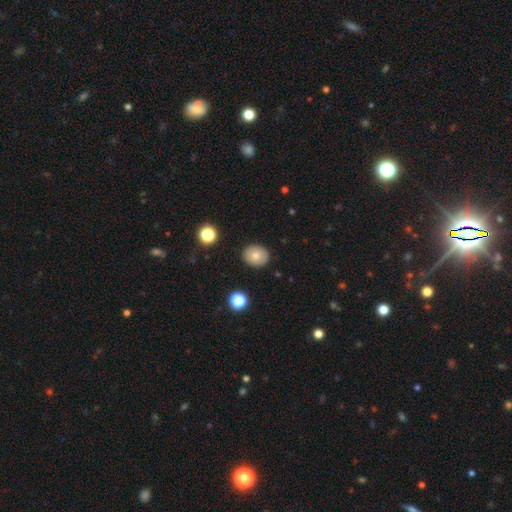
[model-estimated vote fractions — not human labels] Q: Smooth or featured?
A: smooth (76%); runner-up: featured or disk (14%)
Q: How rounded?
A: round (66%); runner-up: in between (33%)
Q: Merging?
A: none (89%); runner-up: minor disturbance (8%)